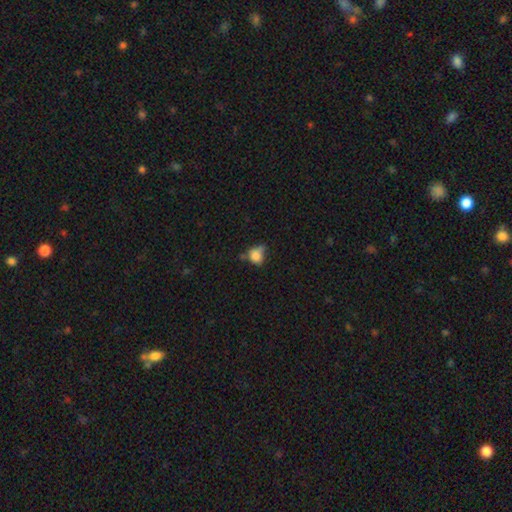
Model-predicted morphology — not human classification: type=smooth (76%); roundness=round (60%); merging=minor disturbance (36%).